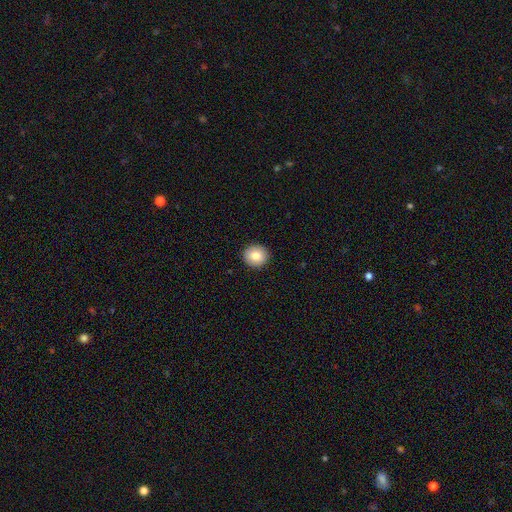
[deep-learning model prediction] This is clearly a smooth galaxy (82%). How rounded: clearly round (87%). Merging: clearly none (92%).